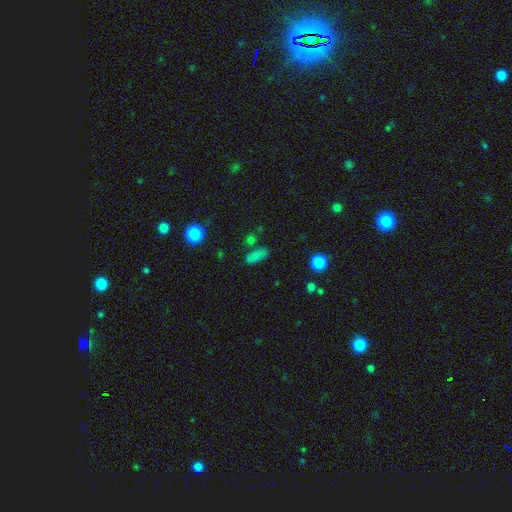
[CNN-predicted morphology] Smooth or featured?
  - smooth: 75% *
  - star or artifact: 17%
  - featured or disk: 8%
How rounded?
  - in between: 70% *
  - cigar-shaped: 23%
  - round: 8%
Merging?
  - none: 67% *
  - minor disturbance: 16%
  - merger: 11%
  - major disturbance: 6%